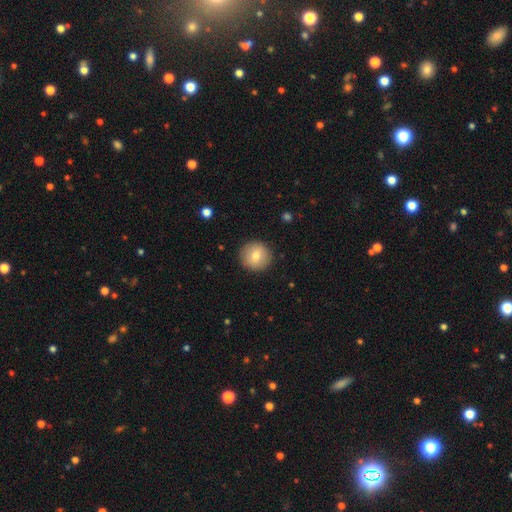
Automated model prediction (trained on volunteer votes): smooth_or_featured: smooth (p=0.77) [alt: featured or disk p=0.15]
how_rounded: round (p=0.94) [alt: in between p=0.05]
merging: none (p=0.91) [alt: minor disturbance p=0.06]